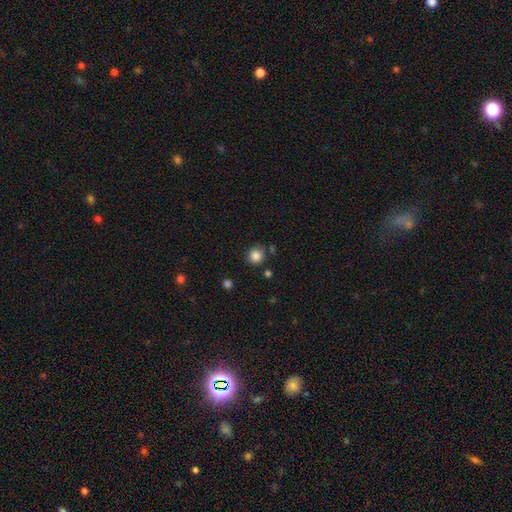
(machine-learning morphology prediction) Overall: smooth (85%). How rounded: round (92%). Merging: none (83%).